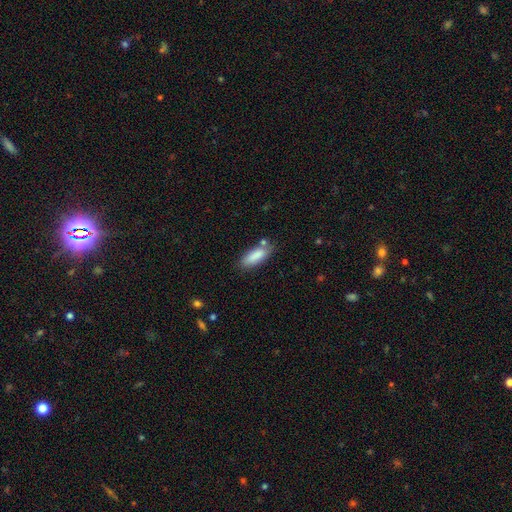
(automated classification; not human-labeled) Q: Smooth or featured?
A: smooth (86%); runner-up: featured or disk (7%)
Q: How rounded?
A: in between (67%); runner-up: cigar-shaped (32%)
Q: Merging?
A: none (72%); runner-up: minor disturbance (16%)